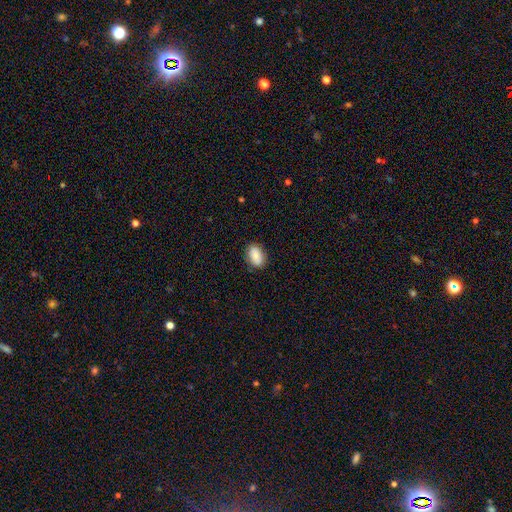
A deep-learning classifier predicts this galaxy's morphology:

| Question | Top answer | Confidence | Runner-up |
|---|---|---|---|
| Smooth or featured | smooth | 84% | featured or disk (8%) |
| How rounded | in between | 87% | round (11%) |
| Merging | none | 83% | minor disturbance (13%) |